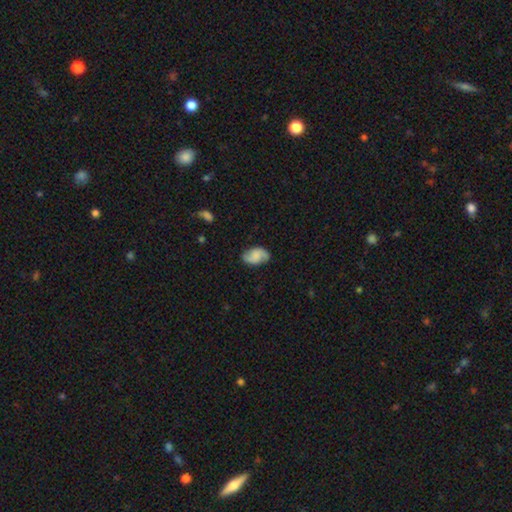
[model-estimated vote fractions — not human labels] This appears to be a featured or disk galaxy (58%) with no bar (57%), 2 (90%) medium (43%) spiral arms (93%) and no central bulge (46%). Merging: none (77%).